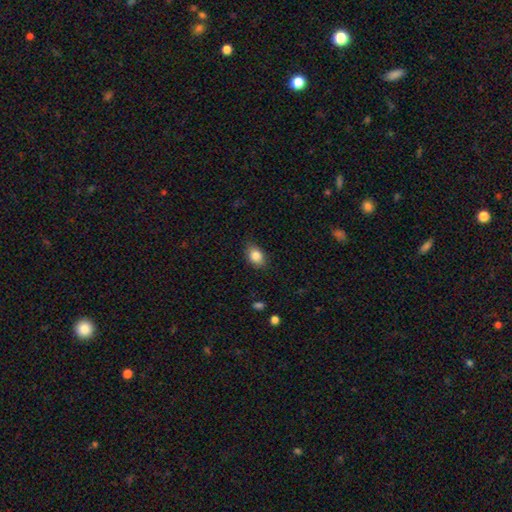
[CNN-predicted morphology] Smooth or featured? smooth (85%)
How rounded? in between (75%)
Merging? none (82%)